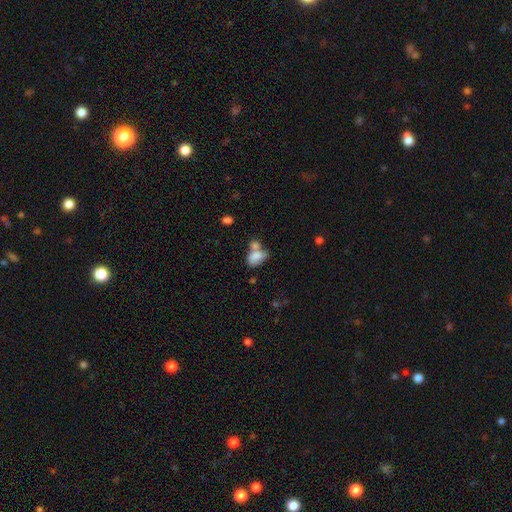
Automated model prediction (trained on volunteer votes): smooth-or-featured: smooth: 74% | featured or disk: 17% | star or artifact: 9%
  how-rounded: in between: 85% | round: 12% | cigar-shaped: 2%
  merging: merger: 52% | none: 24% | minor disturbance: 14% | major disturbance: 9%